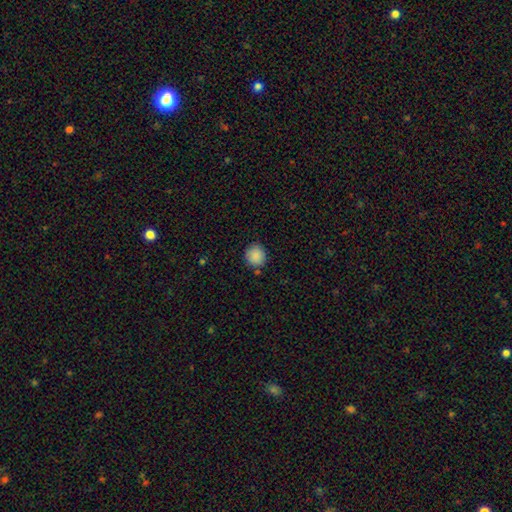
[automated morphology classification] smooth 88%, star or artifact 8%, featured or disk 3%. Down the decision tree: how rounded — round (92%); merging — none (85%).